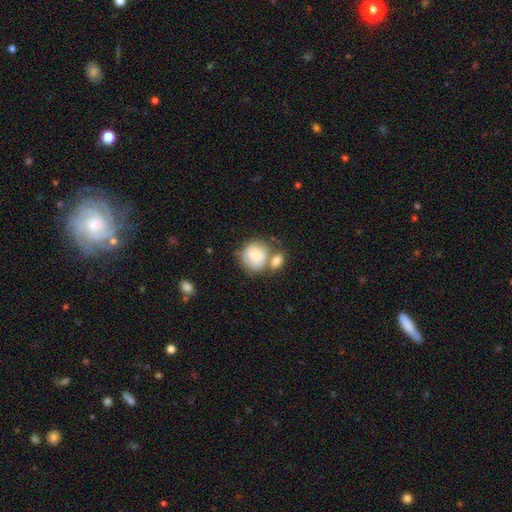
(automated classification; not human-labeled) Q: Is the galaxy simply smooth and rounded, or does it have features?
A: smooth — 71%.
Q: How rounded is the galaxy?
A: round — 77%.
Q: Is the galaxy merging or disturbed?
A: merger — 43%.